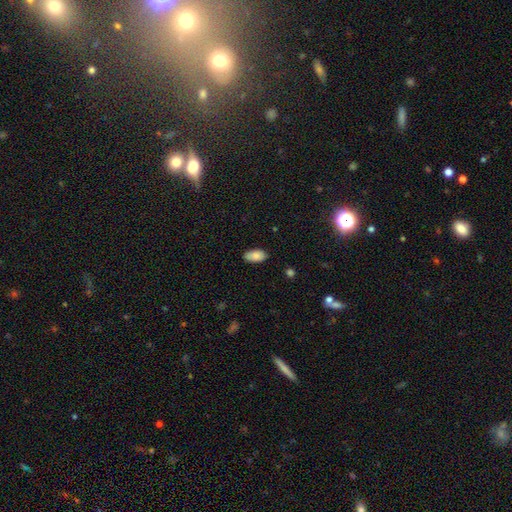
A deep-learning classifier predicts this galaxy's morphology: Q: Smooth or featured?
A: smooth (87%); runner-up: star or artifact (7%)
Q: How rounded?
A: in between (94%); runner-up: cigar-shaped (3%)
Q: Merging?
A: none (85%); runner-up: minor disturbance (12%)